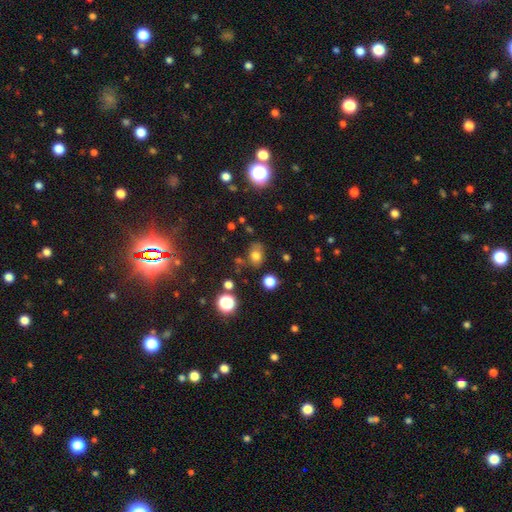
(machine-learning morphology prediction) Smooth or featured? Predicted: smooth (p=0.74). How rounded? Predicted: in between (p=0.60). Merging? Predicted: none (p=0.68).